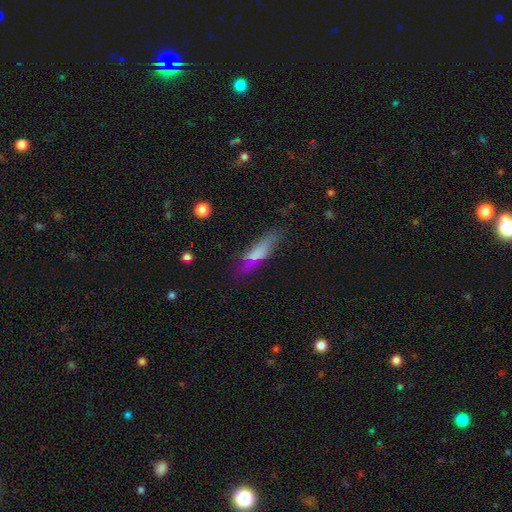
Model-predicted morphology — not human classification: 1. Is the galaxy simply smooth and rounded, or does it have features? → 66% smooth, 25% featured or disk, 8% star or artifact.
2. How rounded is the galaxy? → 75% cigar-shaped, 23% in between, 2% round.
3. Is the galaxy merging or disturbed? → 71% none, 19% minor disturbance, 6% major disturbance, 3% merger.